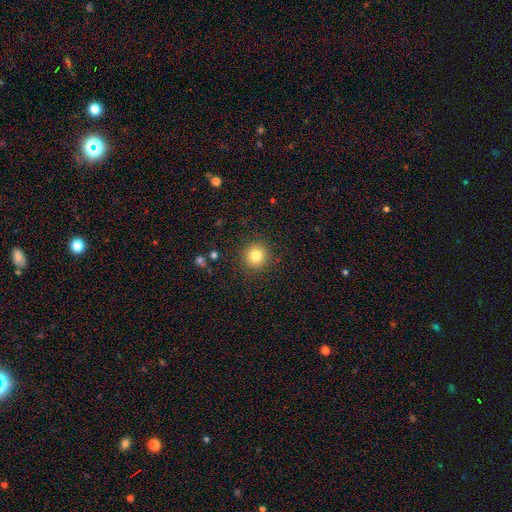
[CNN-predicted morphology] smooth-or-featured: smooth: 81% | star or artifact: 12% | featured or disk: 7%
  how-rounded: round: 93% | in between: 7% | cigar-shaped: 1%
  merging: none: 90% | minor disturbance: 6% | major disturbance: 3% | merger: 1%